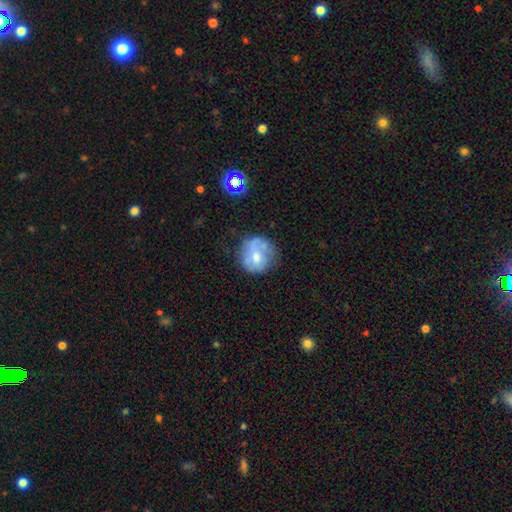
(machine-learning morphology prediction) smooth-or-featured: smooth: 48% | featured or disk: 43% | star or artifact: 9%
  merging: none: 56% | minor disturbance: 25% | major disturbance: 15% | merger: 4%